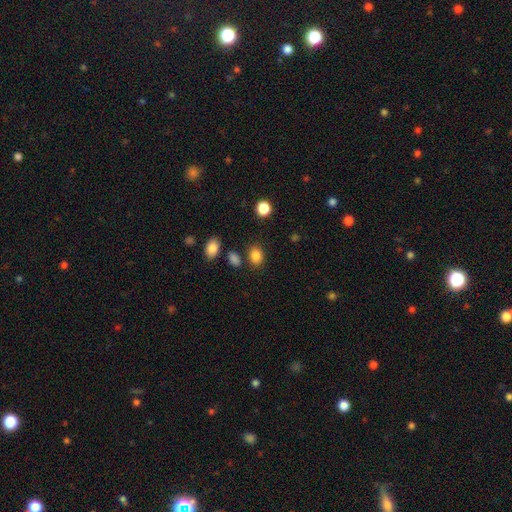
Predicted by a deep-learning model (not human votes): smooth_or_featured: smooth (p=0.85) [alt: star or artifact p=0.11]
how_rounded: in between (p=0.56) [alt: round p=0.43]
merging: none (p=0.79) [alt: minor disturbance p=0.11]